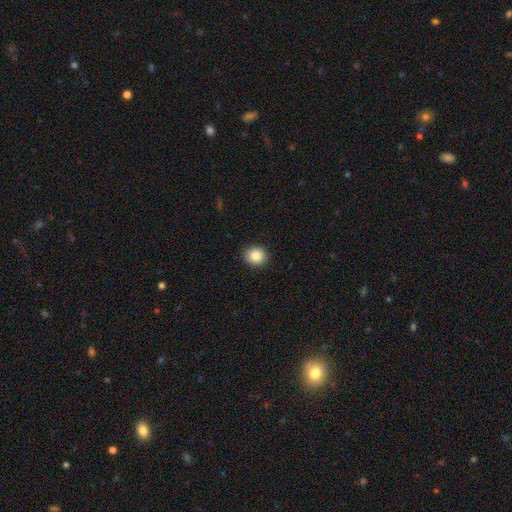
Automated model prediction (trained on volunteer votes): This is clearly a smooth galaxy (86%). How rounded: likely round (79%). Merging: clearly none (91%).